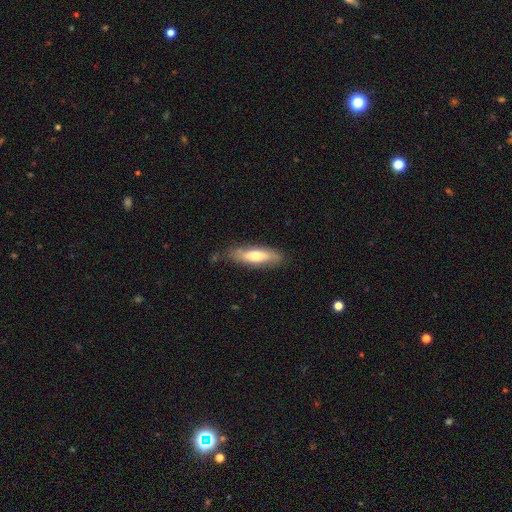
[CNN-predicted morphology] smooth-or-featured: smooth: 60% | featured or disk: 34% | star or artifact: 6%
  how-rounded: cigar-shaped: 53% | in between: 45% | round: 2%
  merging: none: 74% | minor disturbance: 20% | major disturbance: 4% | merger: 2%